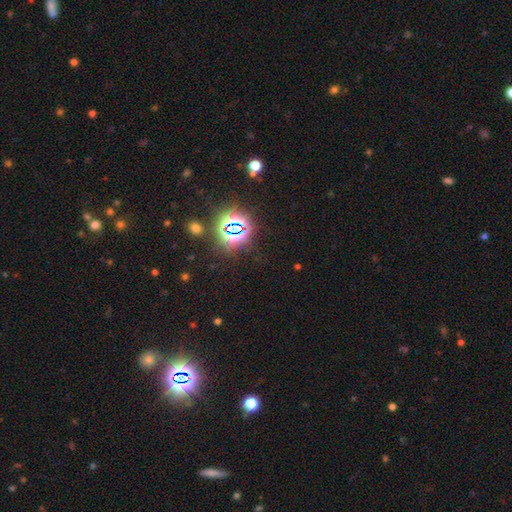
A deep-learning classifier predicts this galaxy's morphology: Smooth or featured?
  - star or artifact: 80% *
  - smooth: 13%
  - featured or disk: 7%